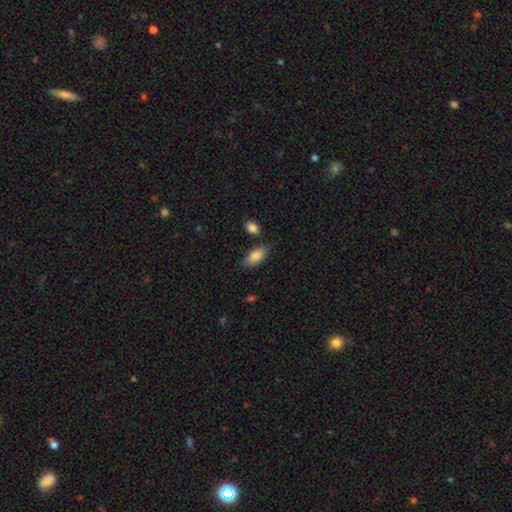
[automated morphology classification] smooth-or-featured: smooth: 84% | featured or disk: 10% | star or artifact: 6%
  how-rounded: in between: 86% | cigar-shaped: 11% | round: 3%
  merging: none: 76% | minor disturbance: 16% | merger: 5% | major disturbance: 3%